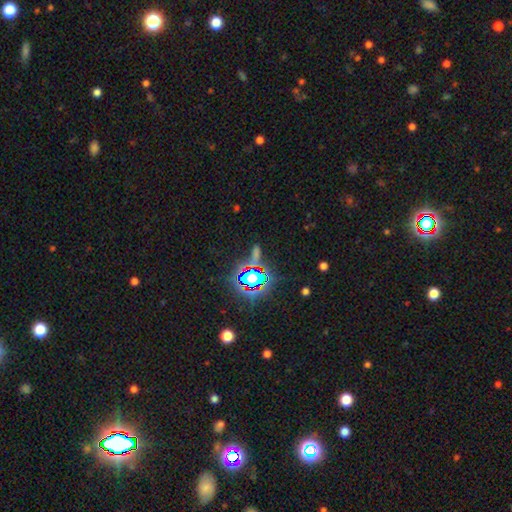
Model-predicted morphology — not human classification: star or artifact 74%, smooth 16%, featured or disk 10%.